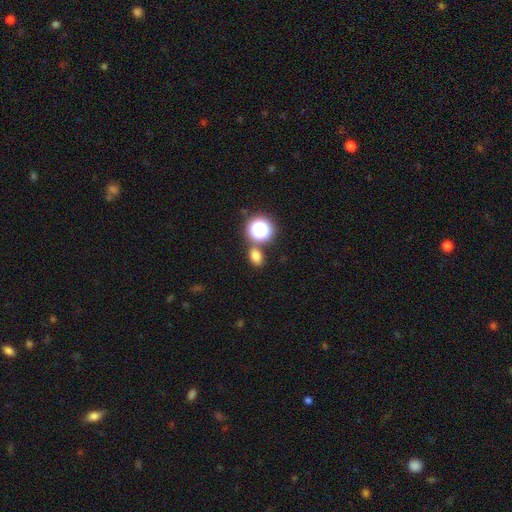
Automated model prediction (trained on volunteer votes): Smooth or featured?
  - smooth: 73% *
  - star or artifact: 21%
  - featured or disk: 6%
How rounded?
  - in between: 62% *
  - round: 37%
  - cigar-shaped: 1%
Merging?
  - none: 73% *
  - merger: 13%
  - minor disturbance: 10%
  - major disturbance: 4%